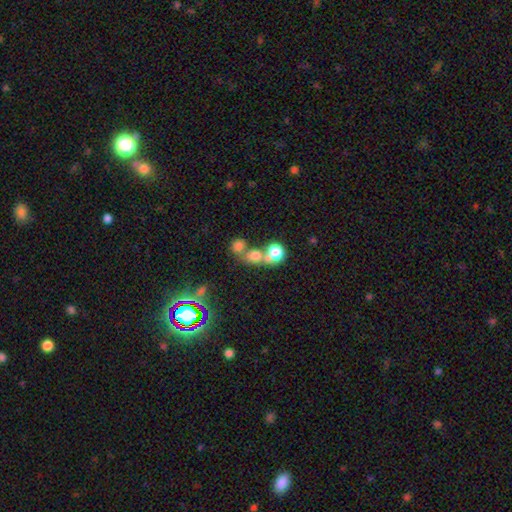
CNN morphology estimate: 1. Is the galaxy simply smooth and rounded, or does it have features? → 64% smooth, 22% star or artifact, 13% featured or disk.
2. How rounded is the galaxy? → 77% round, 22% in between, 2% cigar-shaped.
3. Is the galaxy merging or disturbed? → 48% merger, 39% none, 7% minor disturbance, 5% major disturbance.